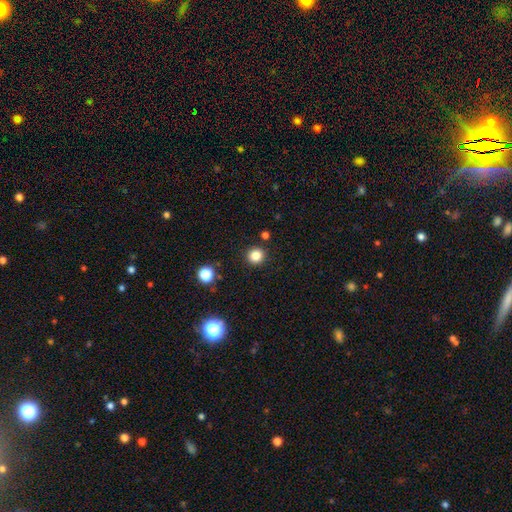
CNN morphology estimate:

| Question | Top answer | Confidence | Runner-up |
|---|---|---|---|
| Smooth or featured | smooth | 83% | star or artifact (13%) |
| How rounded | round | 92% | in between (7%) |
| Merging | none | 90% | minor disturbance (6%) |